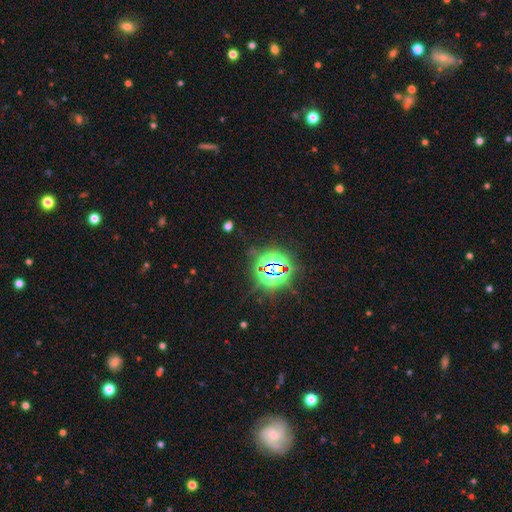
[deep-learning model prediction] A star or artifact, not a galaxy (78%).